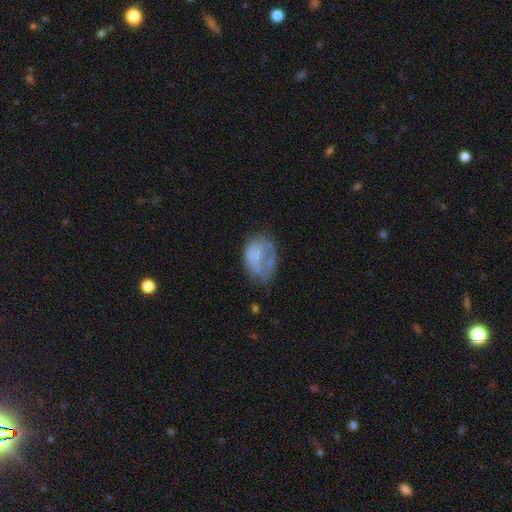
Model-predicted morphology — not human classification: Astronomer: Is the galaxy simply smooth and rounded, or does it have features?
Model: smooth — 54% (runner-up: featured or disk, 36%).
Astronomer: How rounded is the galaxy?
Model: in between — 80%.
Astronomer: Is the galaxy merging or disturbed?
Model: none — 34% (runner-up: major disturbance, 32%).